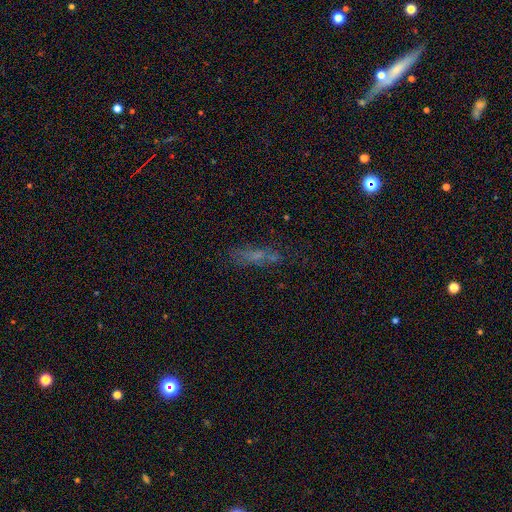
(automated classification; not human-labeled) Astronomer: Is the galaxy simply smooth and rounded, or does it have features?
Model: smooth — 56%.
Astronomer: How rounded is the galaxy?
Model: cigar-shaped — 64%.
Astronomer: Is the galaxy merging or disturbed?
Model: none — 62%.